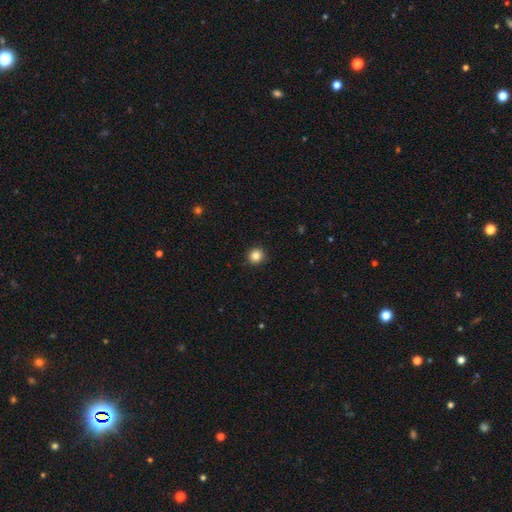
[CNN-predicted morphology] This is clearly a smooth galaxy (84%). How rounded: clearly round (93%). Merging: clearly none (92%).